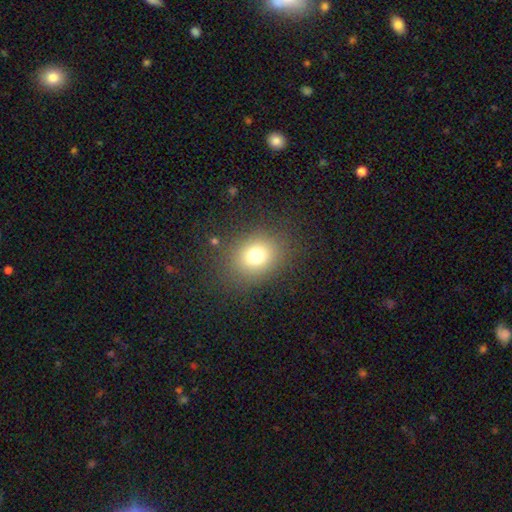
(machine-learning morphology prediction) A smooth galaxy with no disk features (73%) that is round (62%).

Vote fractions:
- Smooth or featured? smooth: 73% / star or artifact: 17% / featured or disk: 10%
- How rounded? round: 62% / in between: 37% / cigar-shaped: 1%
- Merging? none: 84% / minor disturbance: 9% / major disturbance: 6% / merger: 1%